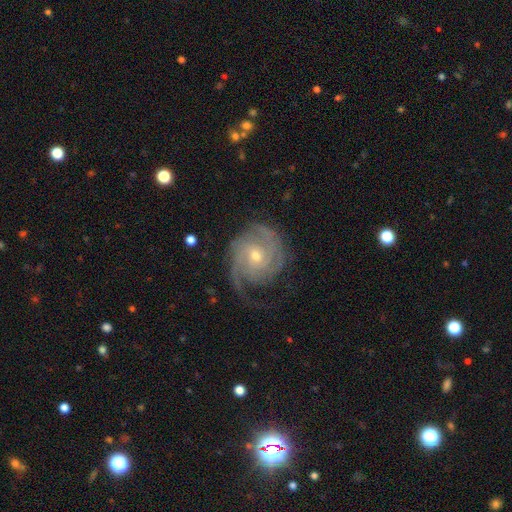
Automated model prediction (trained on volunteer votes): featured or disk 88%, smooth 7%, star or artifact 5%. Down the decision tree: edge-on disk — no (97%); bar — no (64%); spiral arms — yes (97%); spiral arm count — 2 (32%); spiral winding — tight (58%); bulge size — small (51%); merging — none (65%).